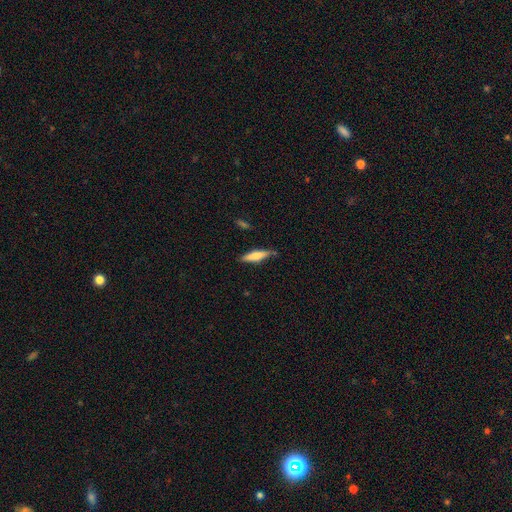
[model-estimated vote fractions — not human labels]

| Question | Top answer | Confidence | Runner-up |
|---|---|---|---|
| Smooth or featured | smooth | 62% | featured or disk (32%) |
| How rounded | cigar-shaped | 77% | in between (22%) |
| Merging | none | 80% | minor disturbance (14%) |